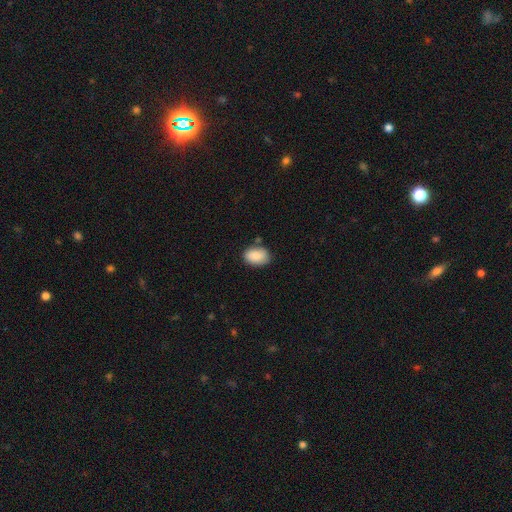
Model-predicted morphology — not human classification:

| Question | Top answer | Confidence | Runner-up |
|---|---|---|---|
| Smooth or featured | smooth | 87% | star or artifact (7%) |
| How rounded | in between | 83% | round (16%) |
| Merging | none | 76% | minor disturbance (16%) |